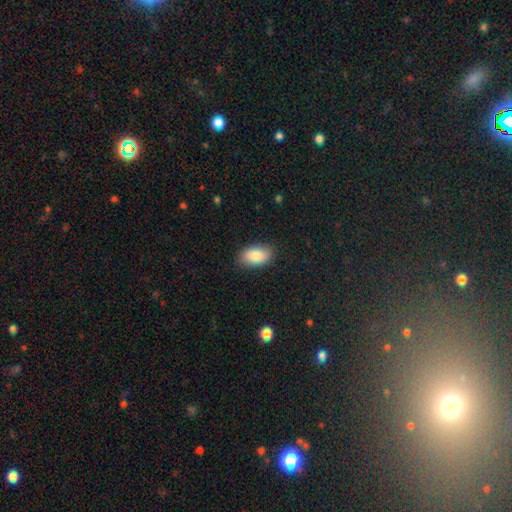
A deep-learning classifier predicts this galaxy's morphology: smooth 87%, star or artifact 7%, featured or disk 6%. Down the decision tree: how rounded — in between (93%); merging — none (85%).